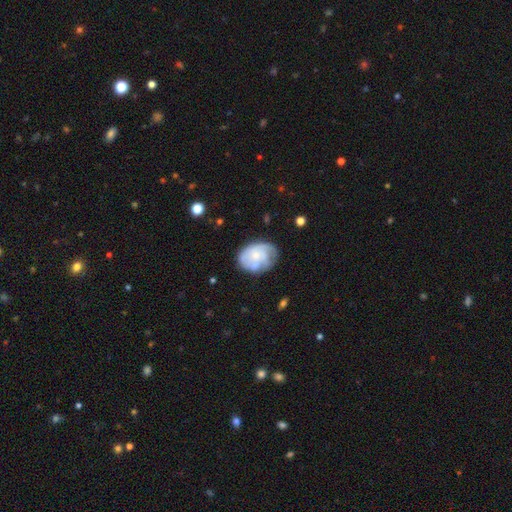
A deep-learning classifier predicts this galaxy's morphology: Smooth or featured? featured or disk (60%)
Edge-on disk? no (97%)
Bar? no (80%)
Spiral arms? yes (73%)
Bulge size? small (58%)
Merging? none (57%)